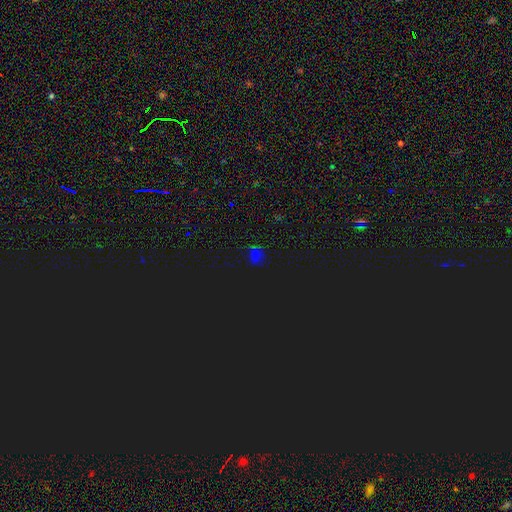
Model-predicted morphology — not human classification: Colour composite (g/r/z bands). It shows a star or artifact, not a galaxy (64%).